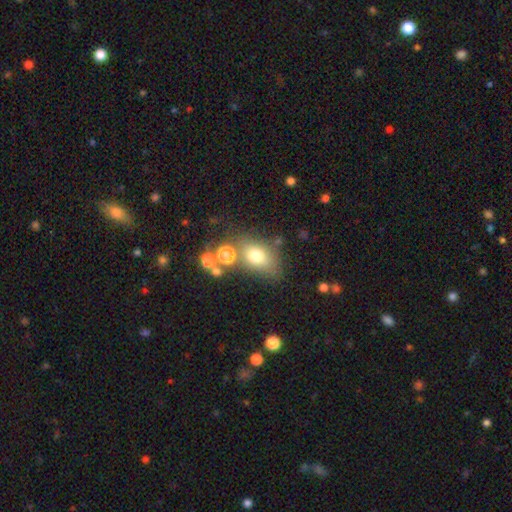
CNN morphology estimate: Overall: smooth (70%). How rounded: in between (68%; round 29%). Merging: none (56%; merger 18%).